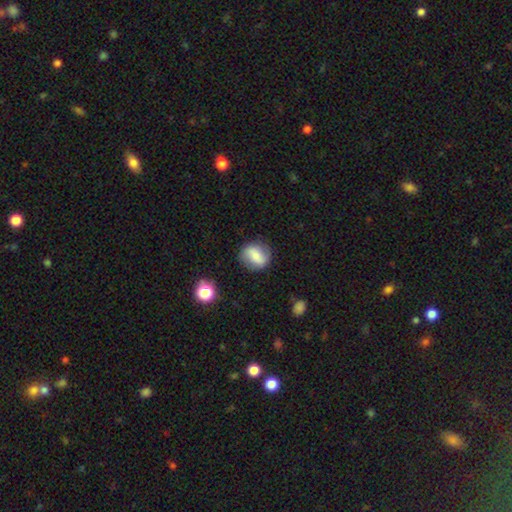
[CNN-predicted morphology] Q: Smooth or featured?
A: smooth (61%); runner-up: featured or disk (30%)
Q: How rounded?
A: round (70%); runner-up: in between (29%)
Q: Merging?
A: none (80%); runner-up: minor disturbance (14%)